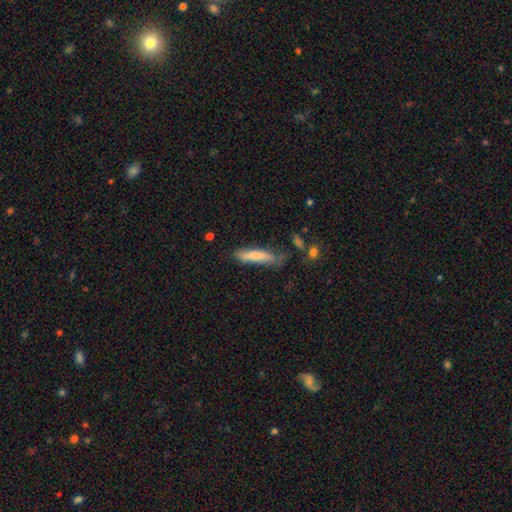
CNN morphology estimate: Smooth or featured? Predicted: smooth (p=0.77). How rounded? Predicted: cigar-shaped (p=0.80). Merging? Predicted: none (p=0.58).